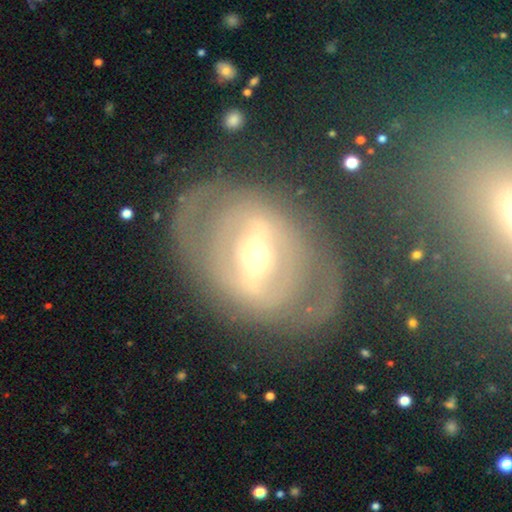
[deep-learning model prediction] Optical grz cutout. It shows a featured or disk galaxy (73%) with a strong bar (53%), no spiral arms (52%) and a small central bulge (46%, tied with moderate). Merging: none (66%).